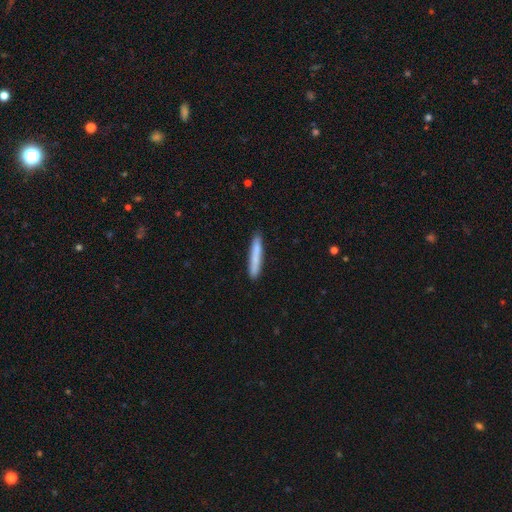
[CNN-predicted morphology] A smooth galaxy with no disk features (78%) that is cigar-shaped (95%). Merging: none (89%).